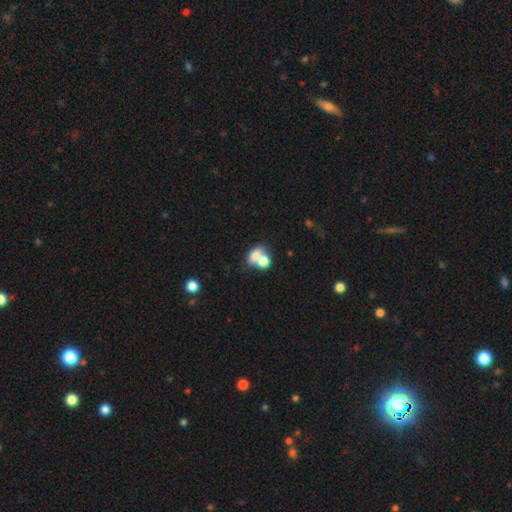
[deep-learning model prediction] Morphology: type=smooth (73%); roundness=in between (67%); merging=merger (57%).